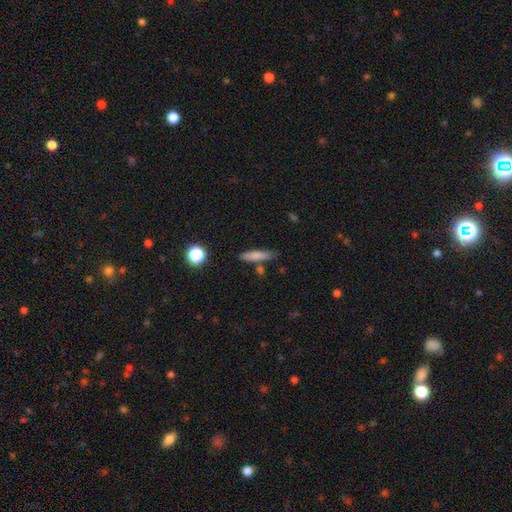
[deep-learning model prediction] This appears to be a smooth galaxy with no disk features (76%) that is cigar-shaped (81%). Merging: none (76%).